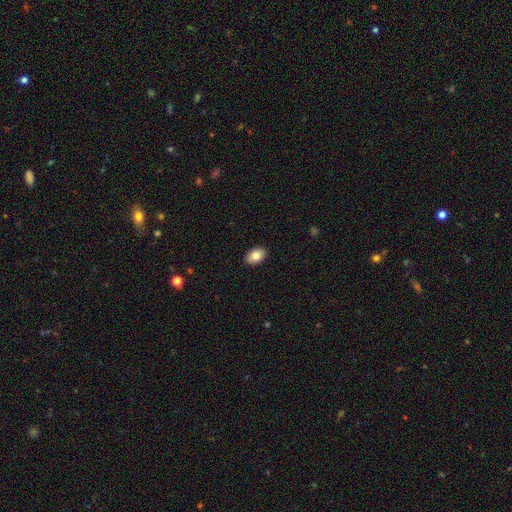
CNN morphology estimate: smooth 84%, featured or disk 8%, star or artifact 7%. Down the decision tree: how rounded — in between (87%); merging — none (90%).